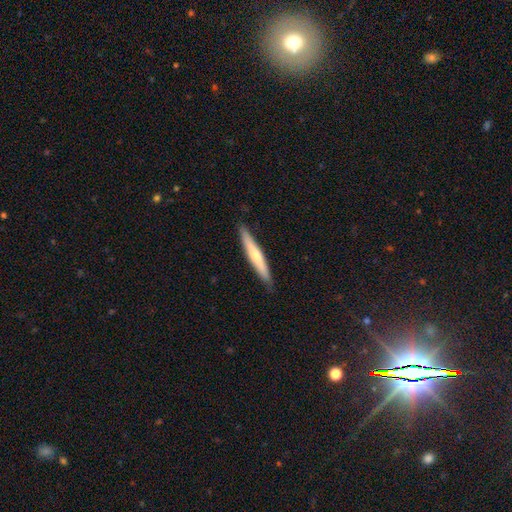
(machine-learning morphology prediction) Smooth or featured?
  - smooth: 50% *
  - featured or disk: 45%
  - star or artifact: 5%
How rounded?
  - cigar-shaped: 94% *
  - in between: 5%
  - round: 1%
Merging?
  - none: 89% *
  - minor disturbance: 9%
  - major disturbance: 1%
  - merger: 1%